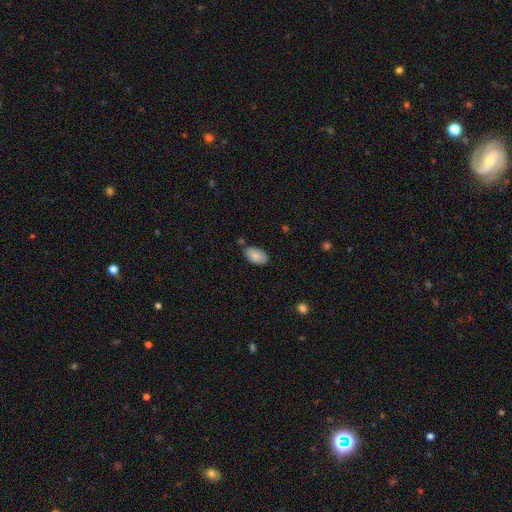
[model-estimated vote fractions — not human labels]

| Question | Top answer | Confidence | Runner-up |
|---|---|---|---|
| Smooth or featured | smooth | 82% | featured or disk (11%) |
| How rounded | in between | 94% | round (5%) |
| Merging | none | 67% | minor disturbance (22%) |